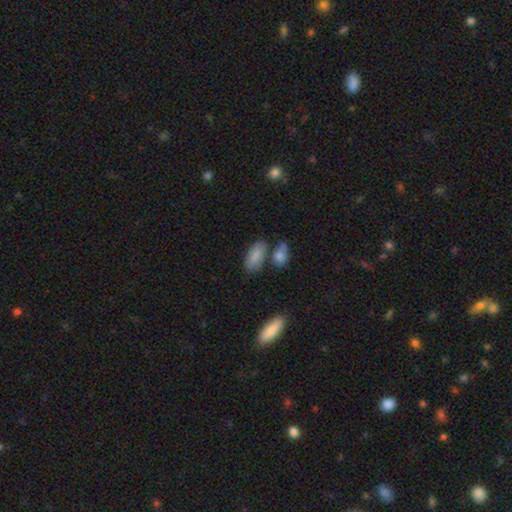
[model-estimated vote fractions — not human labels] The model was most divided on "merging": none: 62%, minor disturbance: 17%, merger: 16%, major disturbance: 5%. More confident: how rounded — in between (91%); smooth or featured — smooth (83%).